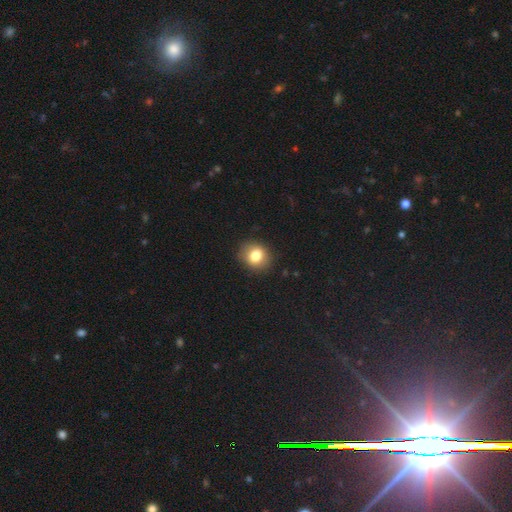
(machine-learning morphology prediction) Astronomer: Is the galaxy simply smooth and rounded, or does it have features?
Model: smooth — 79%.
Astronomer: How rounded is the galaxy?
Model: round — 72%.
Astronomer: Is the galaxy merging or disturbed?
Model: none — 88%.